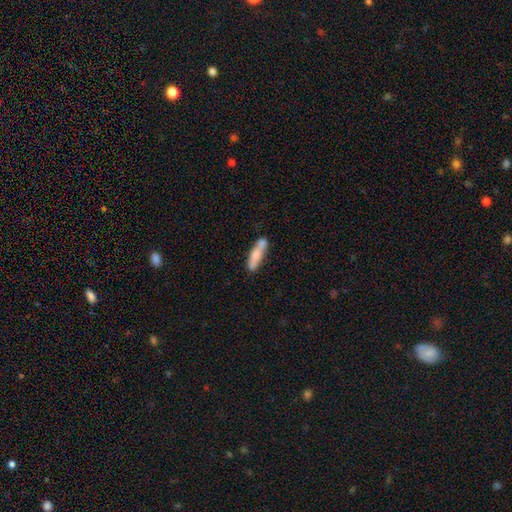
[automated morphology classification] type=smooth (66%); roundness=cigar-shaped (73%); merging=none (59%).